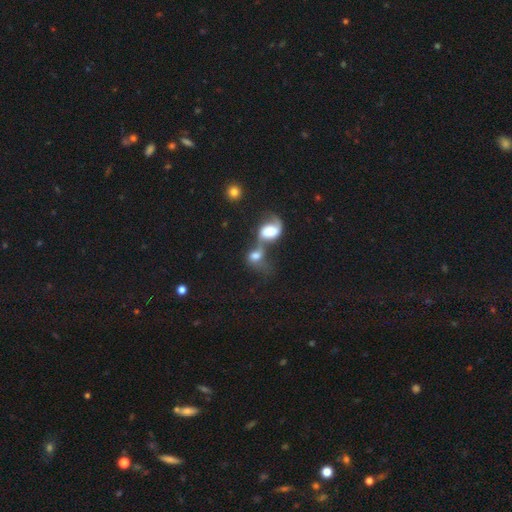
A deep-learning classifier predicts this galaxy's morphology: This appears to be a smooth galaxy with no disk features (60%) that is in between round and cigar-shaped (66%). Merging: merger (73%).